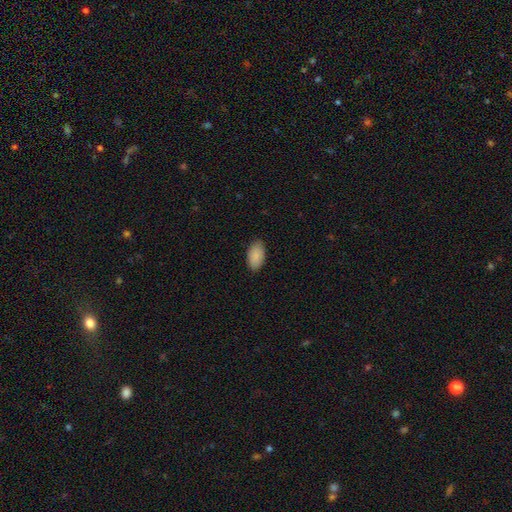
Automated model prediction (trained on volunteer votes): Overall: smooth (90%). How rounded: in between (95%). Merging: none (86%).